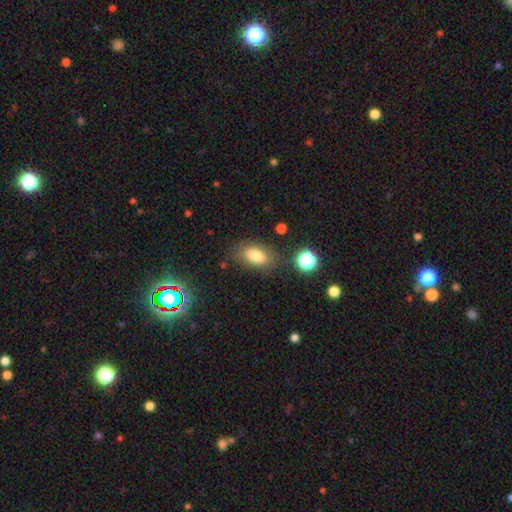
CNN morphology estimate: Smooth or featured? Predicted: smooth (p=0.78). How rounded? Predicted: in between (p=0.86). Merging? Predicted: none (p=0.79).